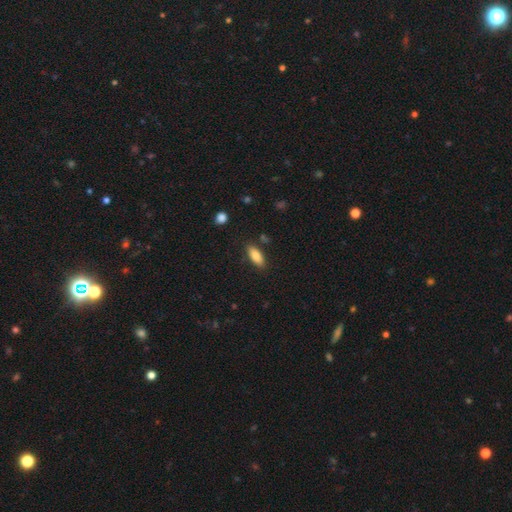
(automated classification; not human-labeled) This appears to be a smooth galaxy with no disk features (82%) that is in between round and cigar-shaped (83%). Merging: none (83%).